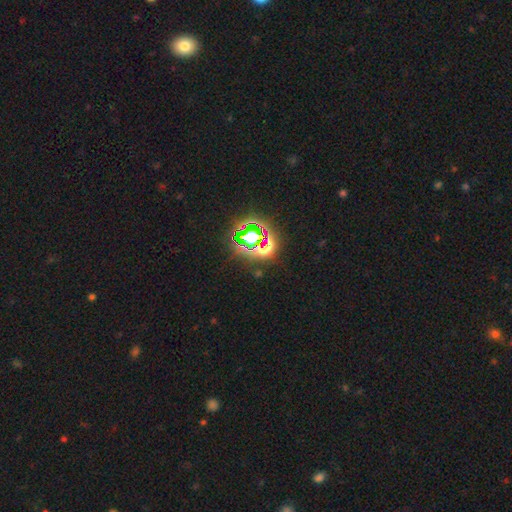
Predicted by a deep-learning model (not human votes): This appears to be a star or artifact, not a galaxy (80%).